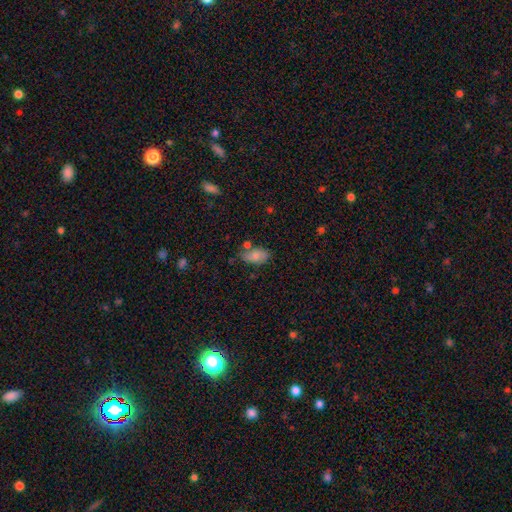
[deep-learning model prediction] The model was most divided on "merging": none: 58%, minor disturbance: 23%, merger: 13%, major disturbance: 6%. More confident: how rounded — in between (91%); smooth or featured — smooth (75%).